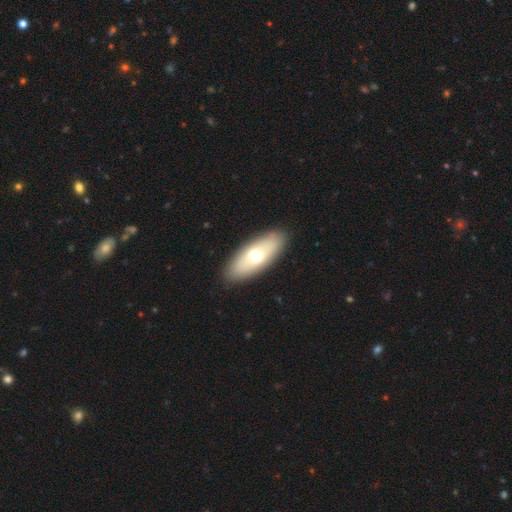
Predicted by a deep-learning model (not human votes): Smooth or featured: smooth — 63% (featured or disk — 32%)
How rounded: in between — 78% (cigar-shaped — 19%)
Merging: none — 90% (minor disturbance — 7%)